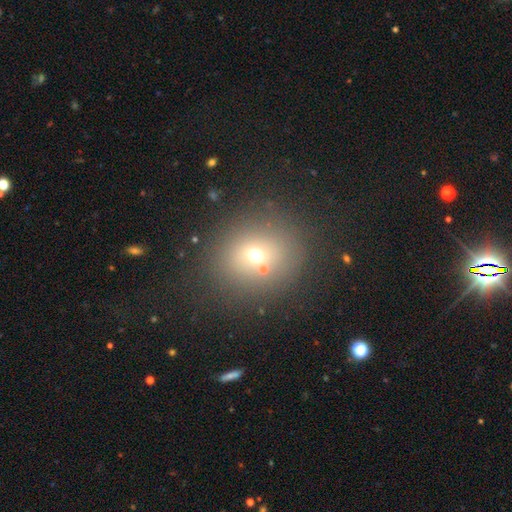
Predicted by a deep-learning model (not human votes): smooth_or_featured: smooth (p=0.62) [alt: star or artifact p=0.23]
how_rounded: round (p=0.79) [alt: in between p=0.20]
merging: none (p=0.77) [alt: minor disturbance p=0.10]